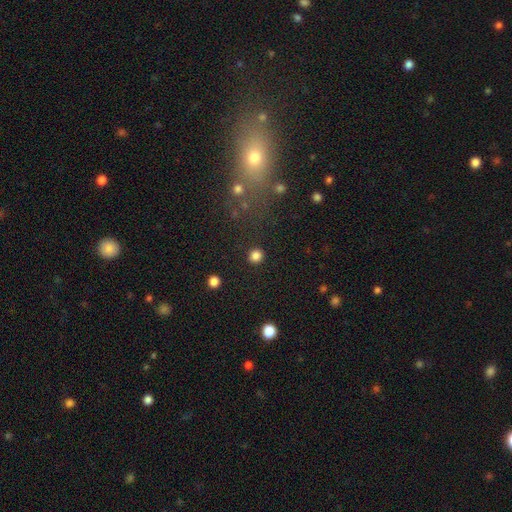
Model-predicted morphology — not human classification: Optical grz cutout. It shows a smooth galaxy with no disk features (84%) that is round (88%). Merging: none (91%).